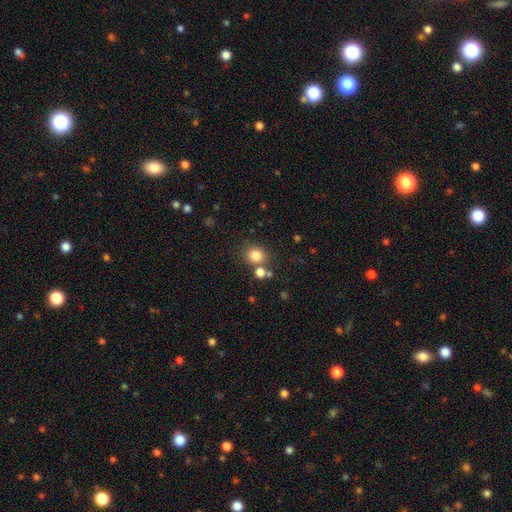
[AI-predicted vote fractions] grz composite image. It shows a smooth galaxy with no disk features (81%) that is round (81%). Merging: none (70%).